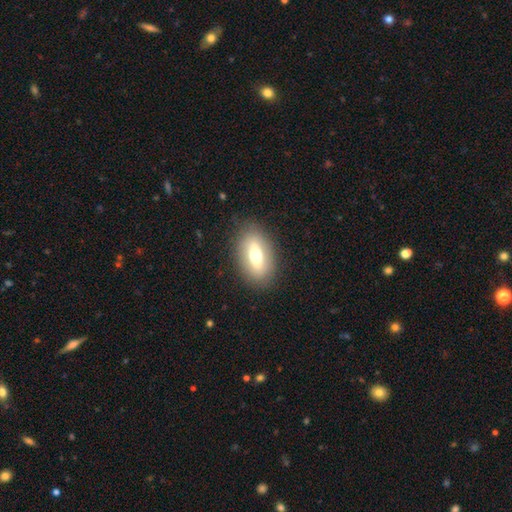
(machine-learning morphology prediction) Smooth or featured? Predicted: smooth (p=0.56). How rounded? Predicted: in between (p=0.85). Merging? Predicted: none (p=0.85).